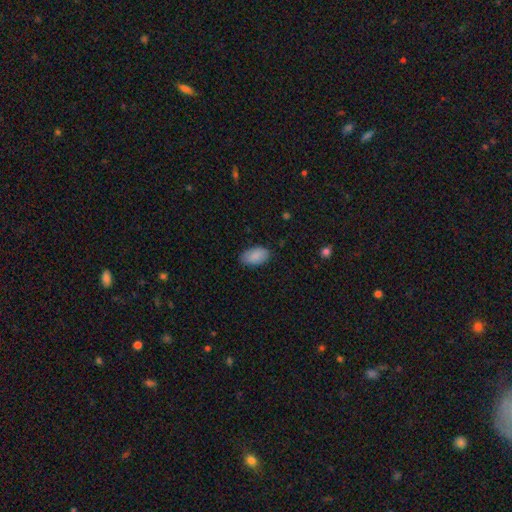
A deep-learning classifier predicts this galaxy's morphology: smooth-or-featured: smooth: 88% | star or artifact: 6% | featured or disk: 6%
  how-rounded: in between: 94% | round: 4% | cigar-shaped: 2%
  merging: none: 82% | minor disturbance: 14% | major disturbance: 3% | merger: 1%